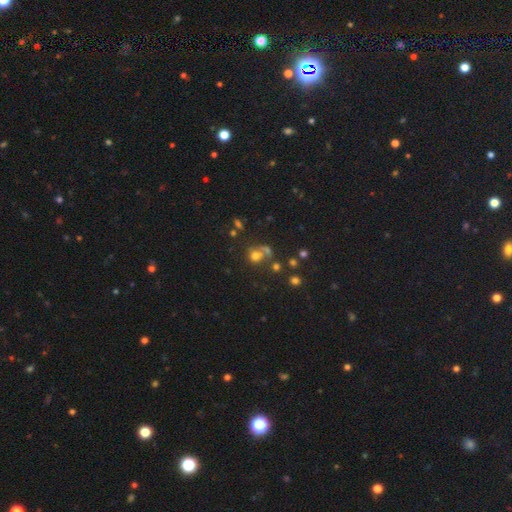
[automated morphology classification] smooth 64%, star or artifact 22%, featured or disk 14%. Down the decision tree: how rounded — round (79%); merging — none (46%).